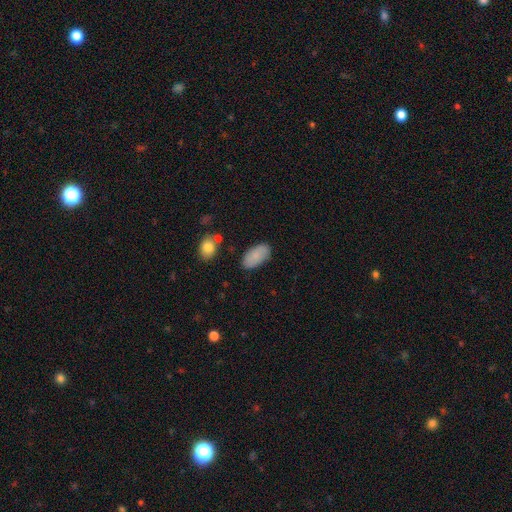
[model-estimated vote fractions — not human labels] A smooth galaxy with no disk features (84%) that is in between round and cigar-shaped (94%). Merging: none (81%).